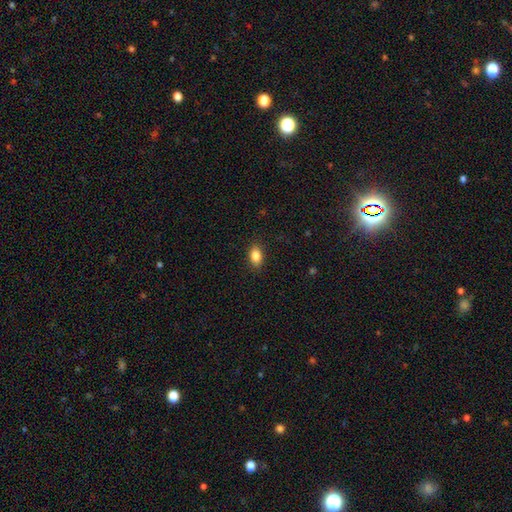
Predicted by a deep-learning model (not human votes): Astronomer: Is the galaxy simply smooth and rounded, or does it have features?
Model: smooth — 86%.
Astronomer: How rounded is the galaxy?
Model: in between — 87%.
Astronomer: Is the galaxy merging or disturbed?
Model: none — 88%.